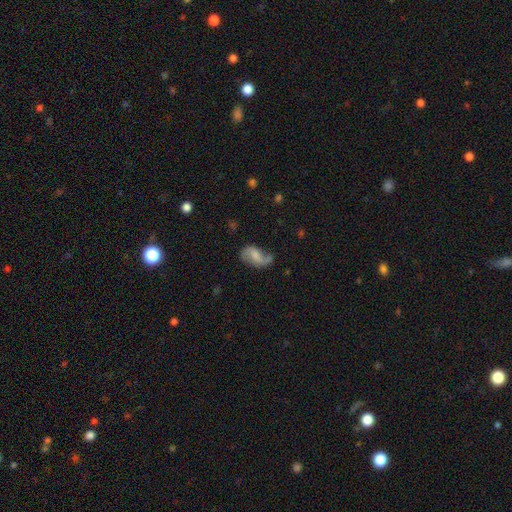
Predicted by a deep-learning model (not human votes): This appears to be a featured or disk galaxy (69%) with a weak bar (45%), 2 (85%) loose (70%) spiral arms (92%) and no central bulge (34%). Merging: none (56%).